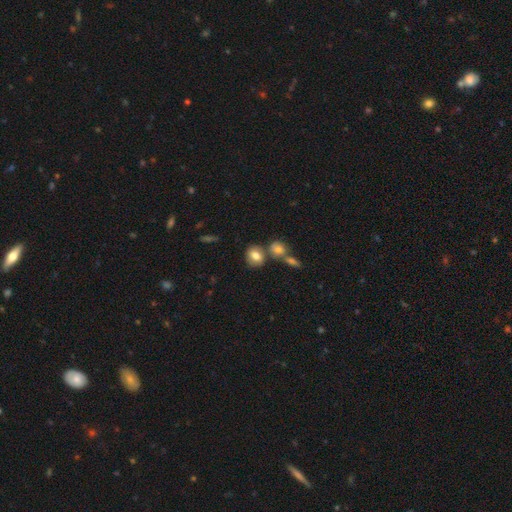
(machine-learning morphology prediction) Smooth or featured?
  - smooth: 78% *
  - featured or disk: 13%
  - star or artifact: 9%
How rounded?
  - round: 50% *
  - in between: 49%
  - cigar-shaped: 2%
Merging?
  - none: 63% *
  - merger: 21%
  - minor disturbance: 12%
  - major disturbance: 4%